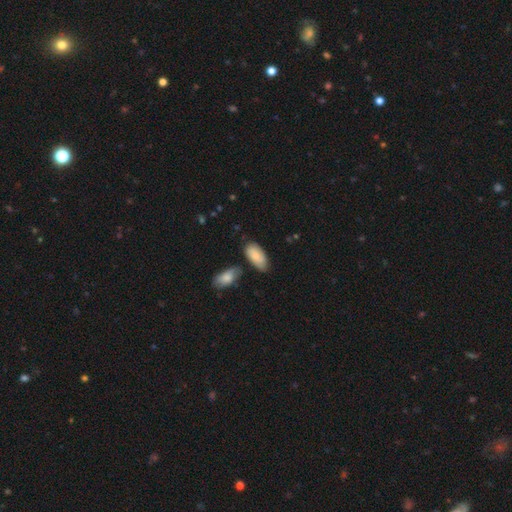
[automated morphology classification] A smooth galaxy with no disk features (78%) that is in between round and cigar-shaped (93%).

Vote fractions:
- Smooth or featured? smooth: 78% / featured or disk: 16% / star or artifact: 6%
- How rounded? in between: 93% / cigar-shaped: 5% / round: 2%
- Merging? none: 64% / minor disturbance: 22% / merger: 9% / major disturbance: 5%